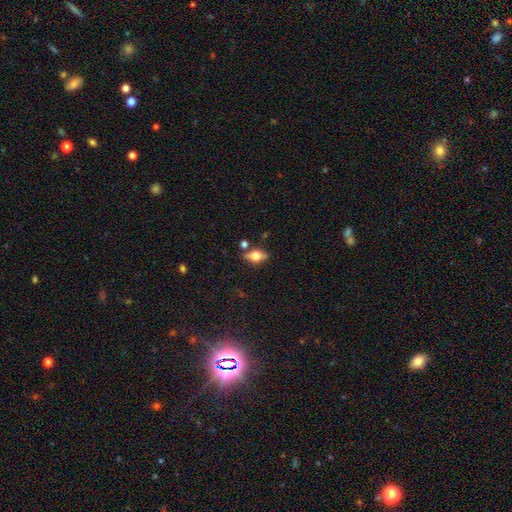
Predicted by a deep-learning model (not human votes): The model was most divided on "smooth or featured": smooth: 49%, featured or disk: 42%, star or artifact: 10%. More confident: merging — none (76%).